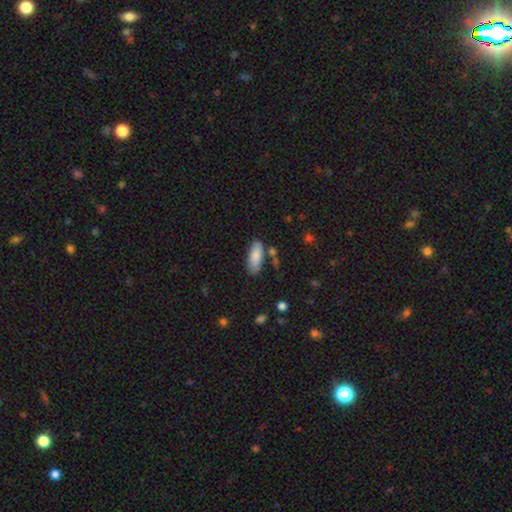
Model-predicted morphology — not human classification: Q: Smooth or featured?
A: smooth (85%); runner-up: featured or disk (8%)
Q: How rounded?
A: in between (78%); runner-up: cigar-shaped (21%)
Q: Merging?
A: none (74%); runner-up: minor disturbance (16%)